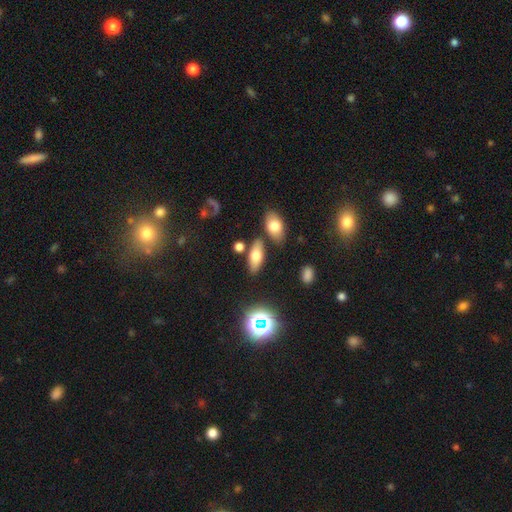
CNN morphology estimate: A smooth galaxy with no disk features (68%) that is in between round and cigar-shaped (80%). Merging: none (77%).